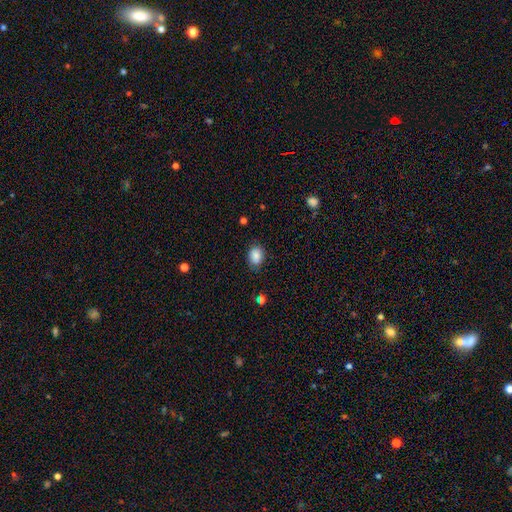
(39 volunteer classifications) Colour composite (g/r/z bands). It shows a smooth galaxy with no disk features (87%) that is in between round and cigar-shaped (68%). Merging: none (75%).